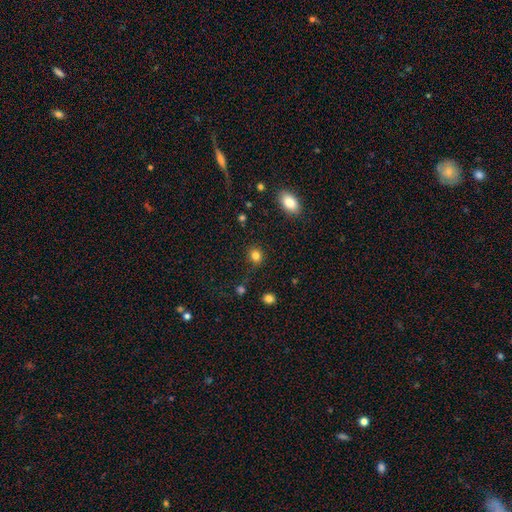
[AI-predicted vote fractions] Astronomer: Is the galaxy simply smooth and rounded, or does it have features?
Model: smooth — 83%.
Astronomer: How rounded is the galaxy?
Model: round — 77%.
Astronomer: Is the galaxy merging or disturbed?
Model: none — 84%.